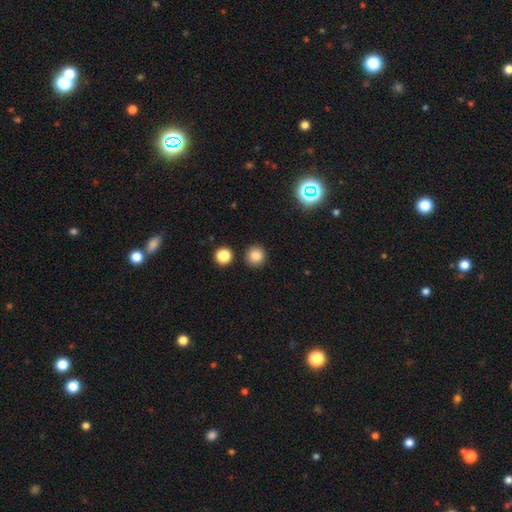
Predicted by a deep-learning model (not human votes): Overall: smooth (83%). How rounded: round (93%). Merging: none (90%).